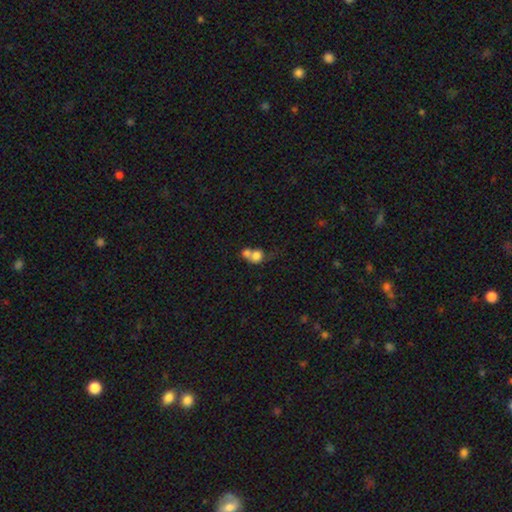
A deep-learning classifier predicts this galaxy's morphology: Smooth or featured: smooth — 74% (featured or disk — 17%)
How rounded: round — 69% (in between — 30%)
Merging: merger — 67% (none — 20%)